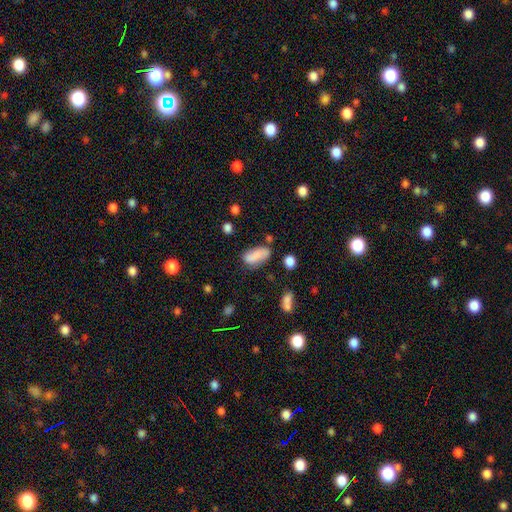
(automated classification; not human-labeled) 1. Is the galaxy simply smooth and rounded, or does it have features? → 77% smooth, 15% featured or disk, 9% star or artifact.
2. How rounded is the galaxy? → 86% in between, 11% cigar-shaped, 3% round.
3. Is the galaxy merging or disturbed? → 53% none, 26% minor disturbance, 11% merger, 10% major disturbance.